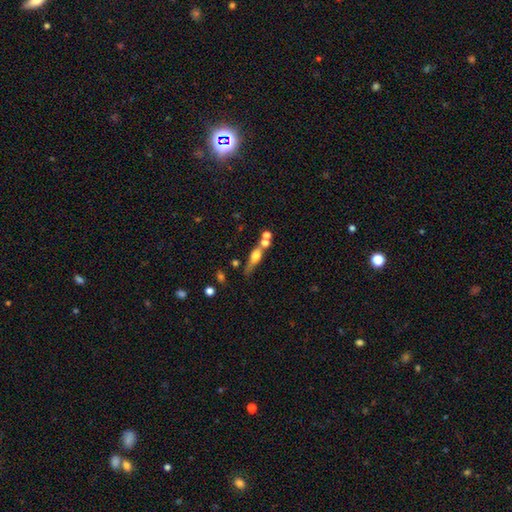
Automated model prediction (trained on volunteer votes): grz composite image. It shows a featured or disk galaxy (47%). Merging: none (53%).